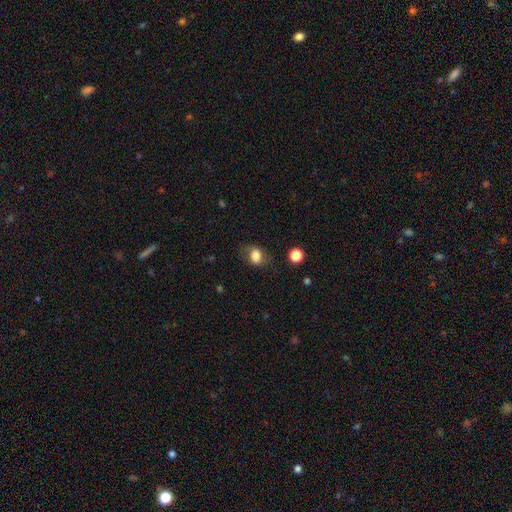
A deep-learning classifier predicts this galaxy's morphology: A smooth galaxy with no disk features (77%) that is in between round and cigar-shaped (66%). Merging: none (68%).